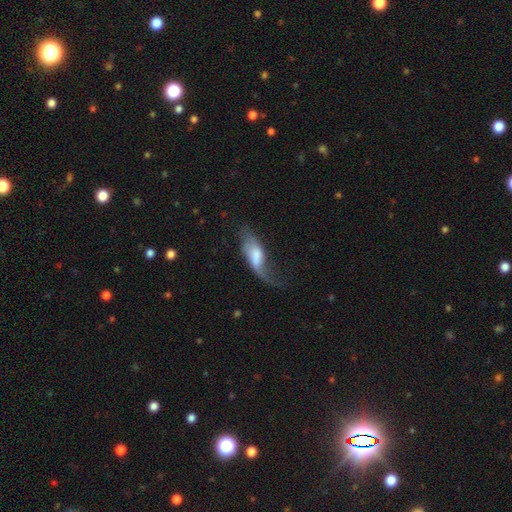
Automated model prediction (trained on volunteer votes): Smooth or featured?
  - smooth: 49% *
  - featured or disk: 44%
  - star or artifact: 7%
Merging?
  - major disturbance: 46% *
  - none: 26%
  - minor disturbance: 24%
  - merger: 4%